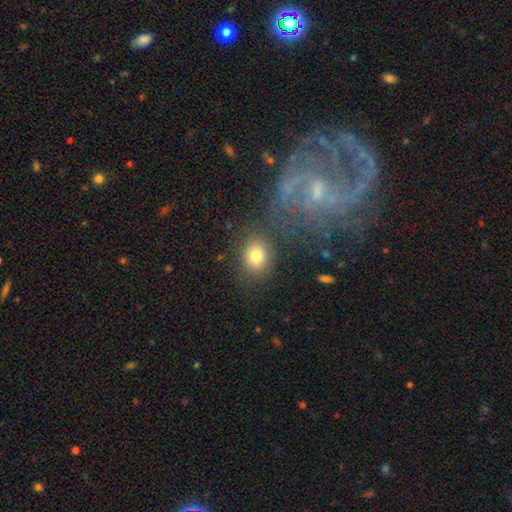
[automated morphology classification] smooth_or_featured: smooth (p=0.79) [alt: star or artifact p=0.11]
how_rounded: round (p=0.53) [alt: in between p=0.46]
merging: none (p=0.81) [alt: minor disturbance p=0.10]